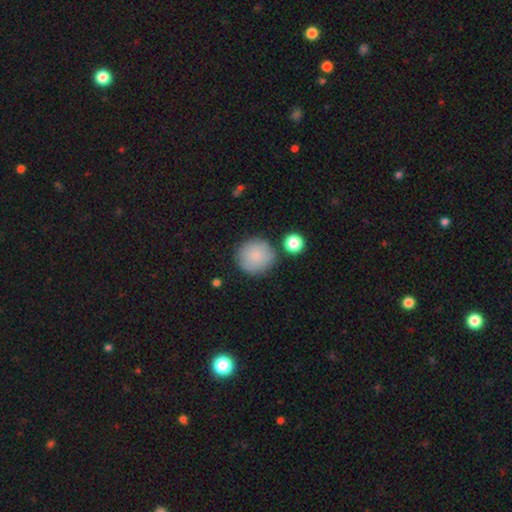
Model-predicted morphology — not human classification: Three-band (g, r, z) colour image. It shows a smooth galaxy with no disk features (85%) that is round (93%). Merging: none (77%).